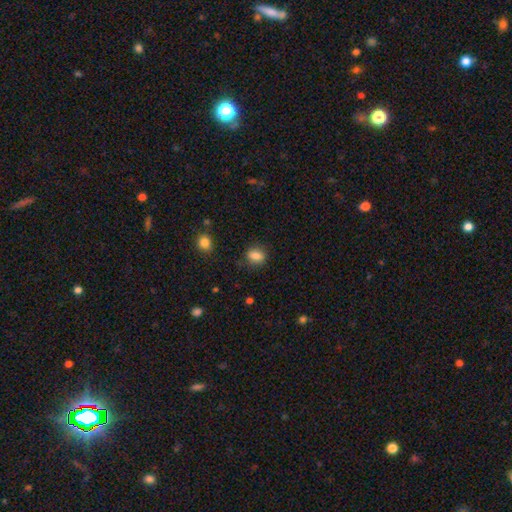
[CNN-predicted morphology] Smooth or featured: smooth — 82% (star or artifact — 9%)
How rounded: in between — 57% (round — 41%)
Merging: none — 83% (minor disturbance — 12%)